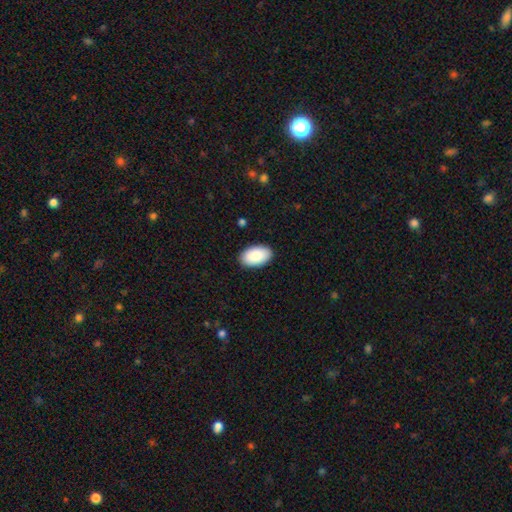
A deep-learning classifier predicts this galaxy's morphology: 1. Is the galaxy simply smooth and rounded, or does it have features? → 90% smooth, 6% star or artifact, 4% featured or disk.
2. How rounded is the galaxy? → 95% in between, 3% round, 1% cigar-shaped.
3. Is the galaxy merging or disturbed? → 89% none, 8% minor disturbance, 2% major disturbance, 1% merger.